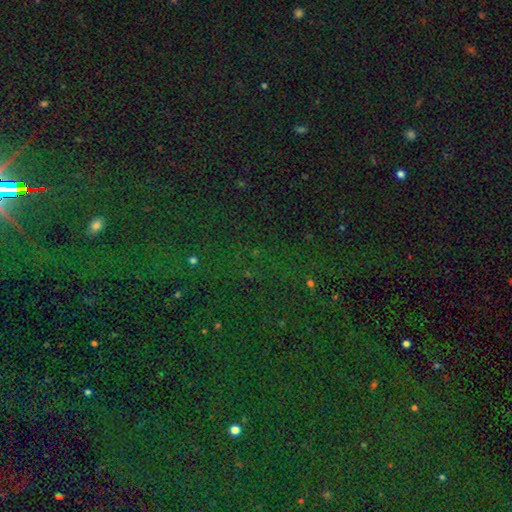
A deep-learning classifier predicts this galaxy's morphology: smooth_or_featured: star or artifact (p=0.85) [alt: smooth p=0.09]